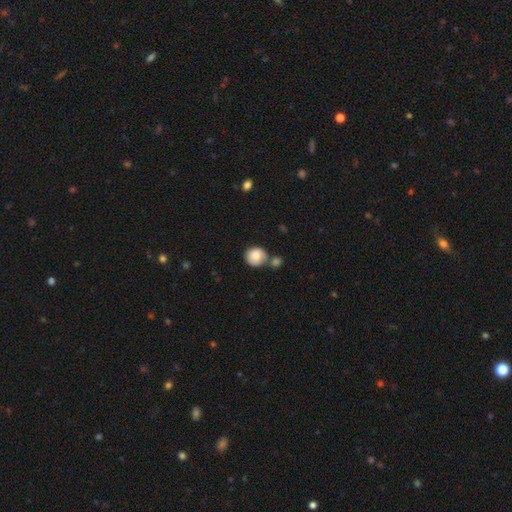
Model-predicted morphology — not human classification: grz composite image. It shows a smooth galaxy with no disk features (84%) that is round (85%). Merging: none (48%).